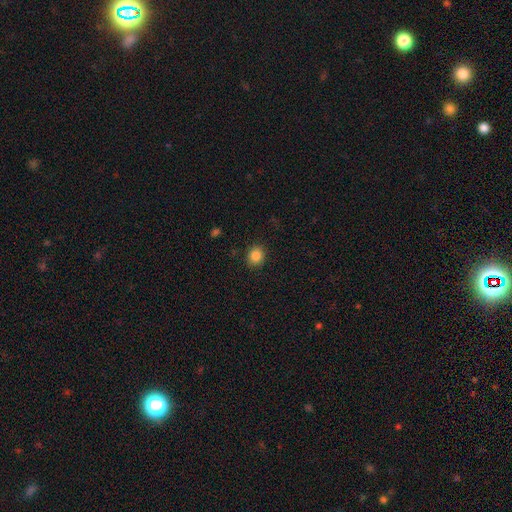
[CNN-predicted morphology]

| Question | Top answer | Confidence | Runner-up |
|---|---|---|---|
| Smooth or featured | smooth | 85% | star or artifact (10%) |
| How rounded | round | 77% | in between (22%) |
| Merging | none | 90% | minor disturbance (7%) |